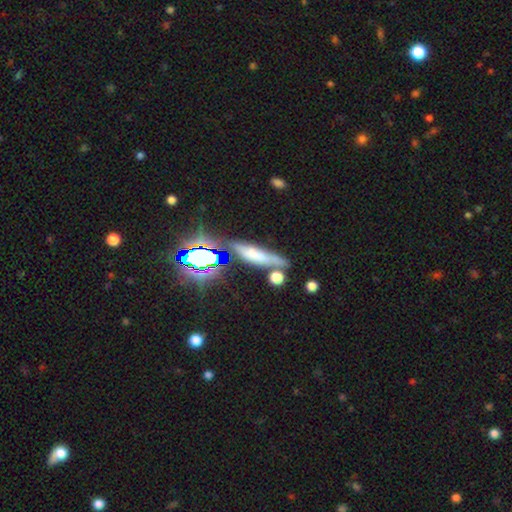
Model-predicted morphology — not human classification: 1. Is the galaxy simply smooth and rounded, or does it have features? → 49% smooth, 28% featured or disk, 23% star or artifact.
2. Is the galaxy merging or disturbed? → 64% none, 17% minor disturbance, 13% merger, 7% major disturbance.